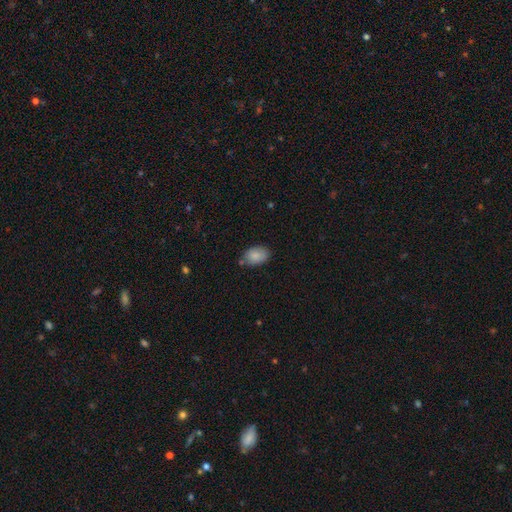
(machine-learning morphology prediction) Overall: smooth (87%). How rounded: in between (86%). Merging: none (73%).